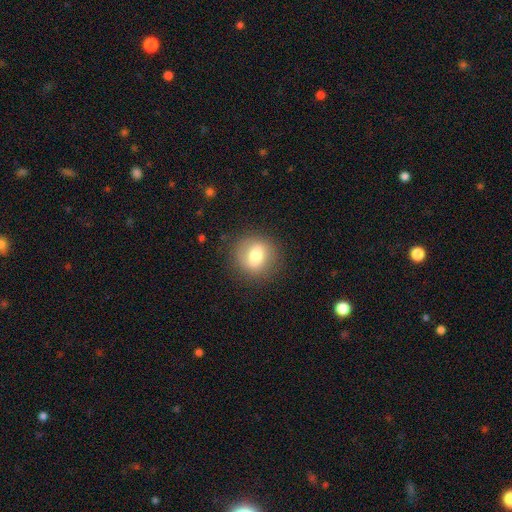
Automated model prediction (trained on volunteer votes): Smooth or featured? Predicted: smooth (p=0.67). How rounded? Predicted: round (p=0.81). Merging? Predicted: none (p=0.85).